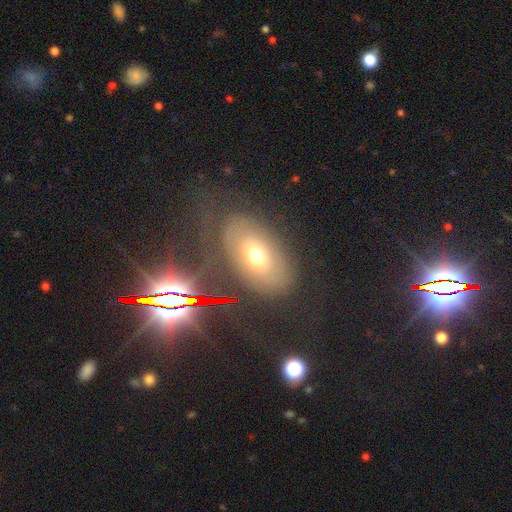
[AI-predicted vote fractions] This is possibly a smooth galaxy (47%). Merging: likely none (69%).